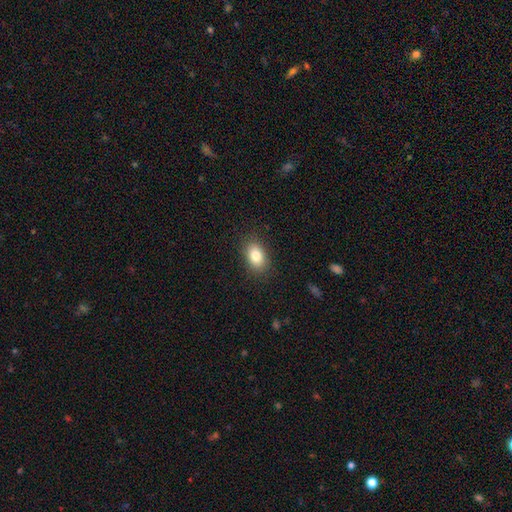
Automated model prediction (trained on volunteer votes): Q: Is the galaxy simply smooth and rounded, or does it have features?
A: smooth — 82%.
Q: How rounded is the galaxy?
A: in between — 83%.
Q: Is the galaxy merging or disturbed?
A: none — 87%.